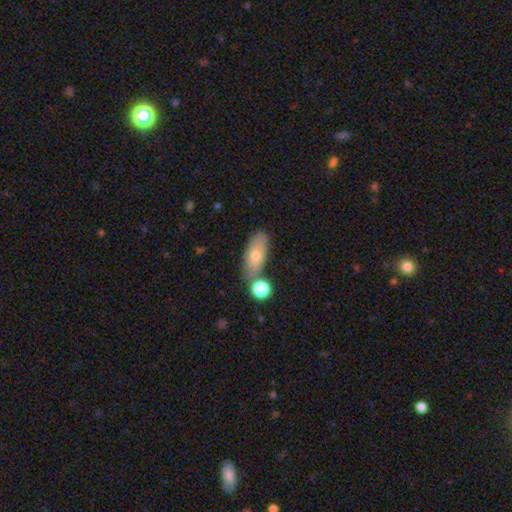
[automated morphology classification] smooth-or-featured: smooth: 71% | featured or disk: 21% | star or artifact: 8%
  how-rounded: in between: 81% | cigar-shaped: 14% | round: 5%
  merging: none: 66% | minor disturbance: 16% | merger: 14% | major disturbance: 4%